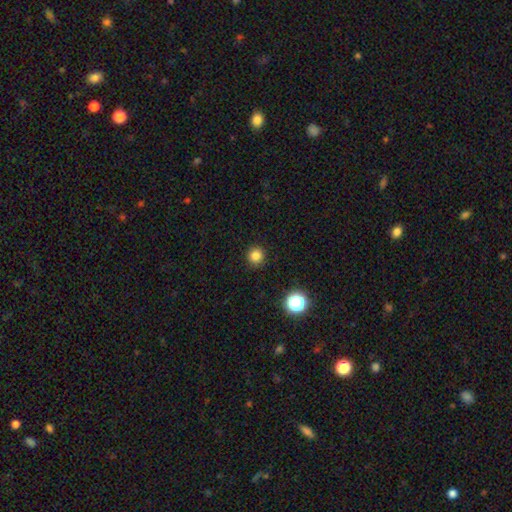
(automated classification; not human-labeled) smooth 82%, star or artifact 14%, featured or disk 4%. Down the decision tree: how rounded — round (94%); merging — none (91%).